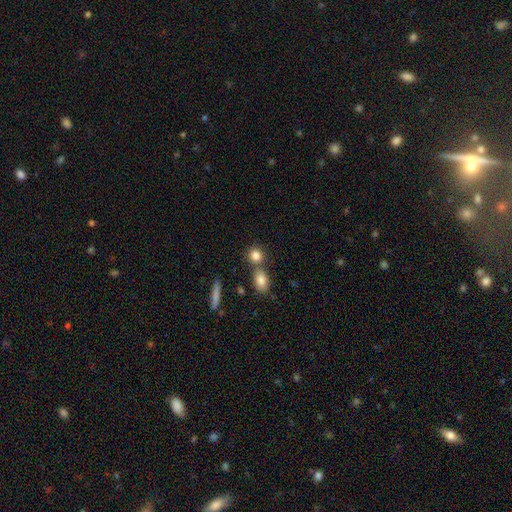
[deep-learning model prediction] A smooth galaxy with no disk features (83%) that is round (71%).

Vote fractions:
- Smooth or featured? smooth: 83% / star or artifact: 9% / featured or disk: 8%
- How rounded? round: 71% / in between: 26% / cigar-shaped: 4%
- Merging? none: 58% / merger: 30% / minor disturbance: 9% / major disturbance: 3%